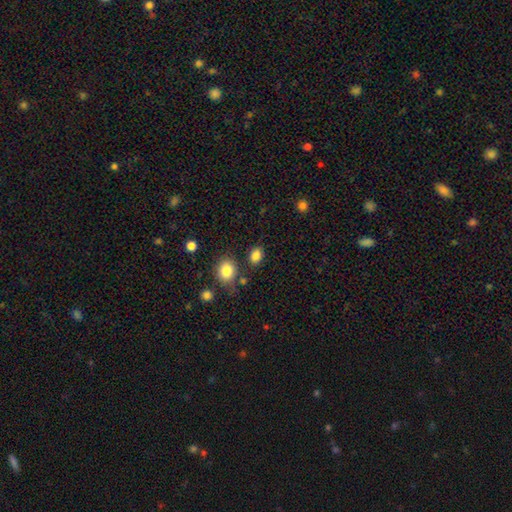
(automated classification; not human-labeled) Smooth or featured?
  - smooth: 85% *
  - star or artifact: 10%
  - featured or disk: 5%
How rounded?
  - in between: 63% *
  - round: 36%
  - cigar-shaped: 1%
Merging?
  - none: 78% *
  - minor disturbance: 12%
  - merger: 6%
  - major disturbance: 4%